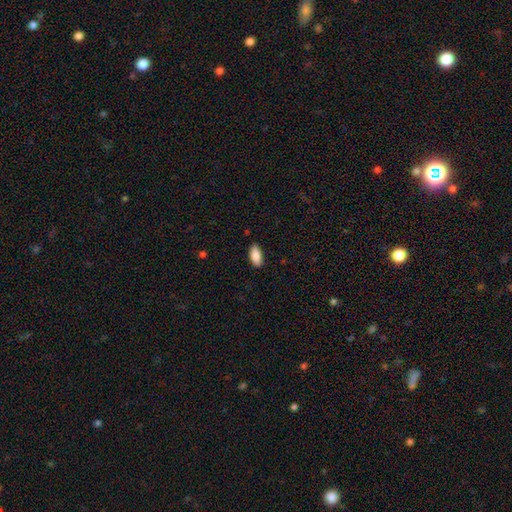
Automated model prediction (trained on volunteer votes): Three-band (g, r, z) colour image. It shows a smooth galaxy with no disk features (88%) that is in between round and cigar-shaped (88%). Merging: none (87%).